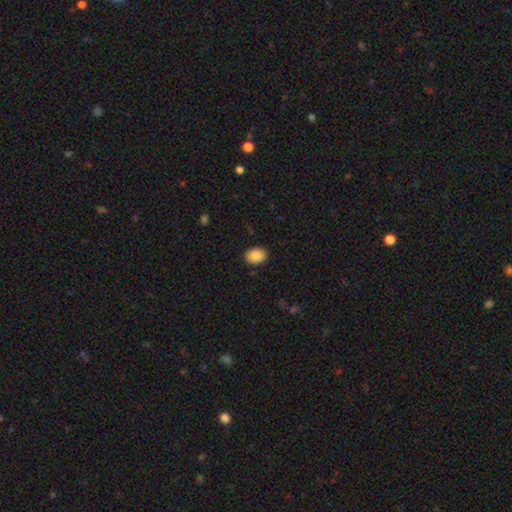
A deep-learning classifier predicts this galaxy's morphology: This appears to be a smooth galaxy with no disk features (89%) that is in between round and cigar-shaped (69%). Merging: none (89%).